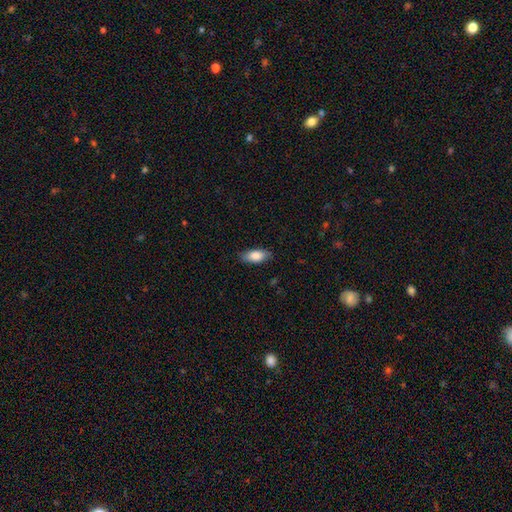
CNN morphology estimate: Smooth or featured? Predicted: smooth (p=0.84). How rounded? Predicted: in between (p=0.86). Merging? Predicted: none (p=0.85).